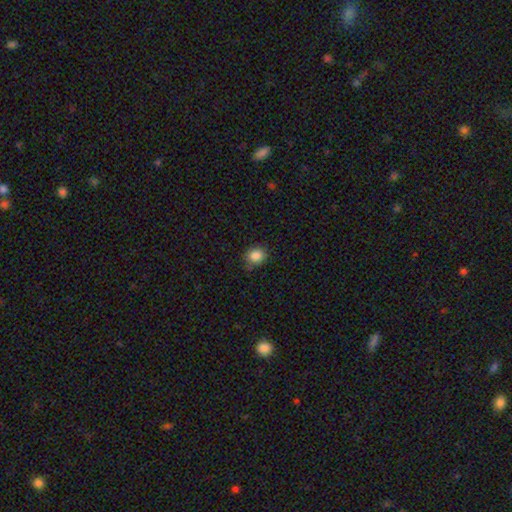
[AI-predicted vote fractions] Morphology: type=smooth (85%); roundness=round (74%); merging=none (78%).